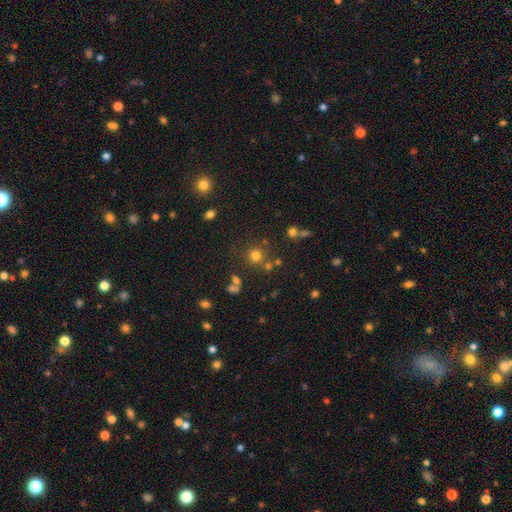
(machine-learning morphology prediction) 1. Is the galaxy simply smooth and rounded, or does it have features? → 72% smooth, 20% star or artifact, 8% featured or disk.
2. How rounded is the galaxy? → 92% round, 7% in between, 1% cigar-shaped.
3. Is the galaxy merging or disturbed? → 76% none, 11% merger, 9% minor disturbance, 4% major disturbance.